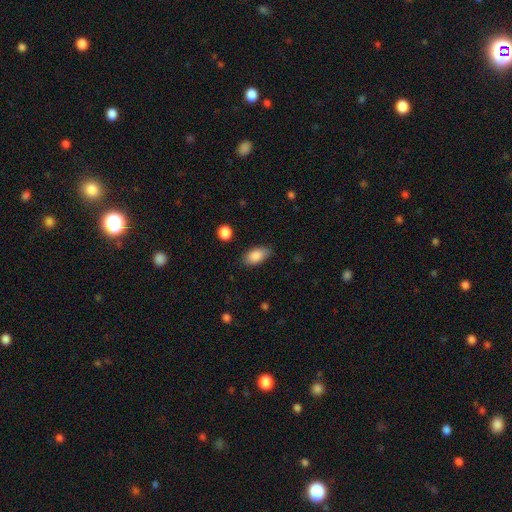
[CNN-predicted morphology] This appears to be a smooth galaxy with no disk features (87%) that is in between round and cigar-shaped (92%). Merging: none (82%).